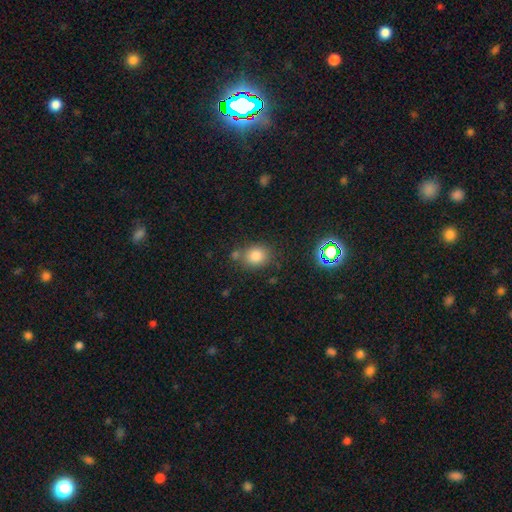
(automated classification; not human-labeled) Smooth or featured: smooth — 79% (star or artifact — 14%)
How rounded: round — 58% (in between — 41%)
Merging: none — 70% (minor disturbance — 14%)